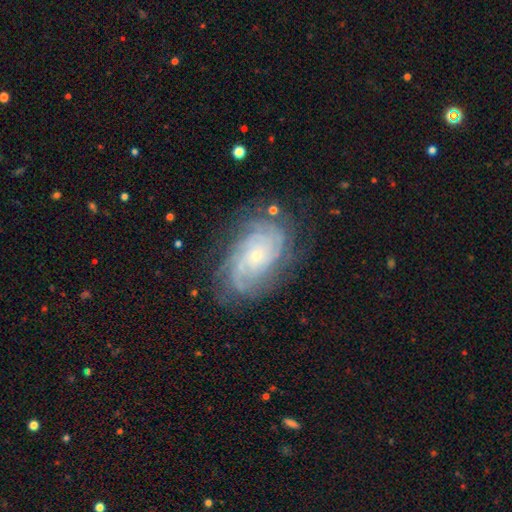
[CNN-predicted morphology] Smooth or featured: featured or disk — 84% (smooth — 9%)
Edge-on disk: no — 96% (yes — 4%)
Bar: no — 77% (weak — 19%)
Spiral arms: yes — 97% (no — 3%)
Spiral winding: tight — 73% (medium — 22%)
Spiral arm count: can't tell — 28% (4 — 25%)
Bulge size: small — 78% (moderate — 18%)
Merging: none — 75% (minor disturbance — 17%)